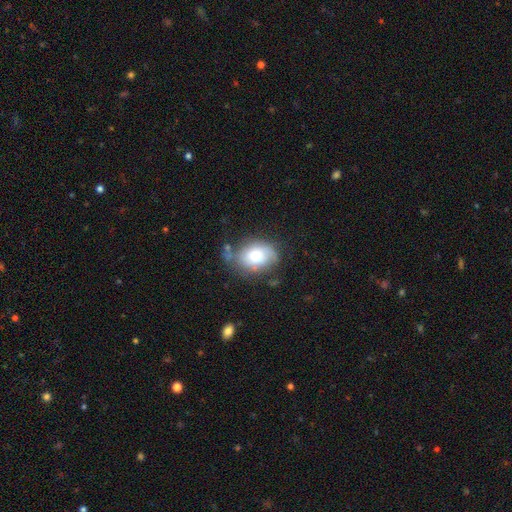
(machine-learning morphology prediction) smooth_or_featured: smooth (p=0.61) [alt: featured or disk p=0.31]
how_rounded: in between (p=0.70) [alt: round p=0.29]
merging: none (p=0.54) [alt: minor disturbance p=0.27]